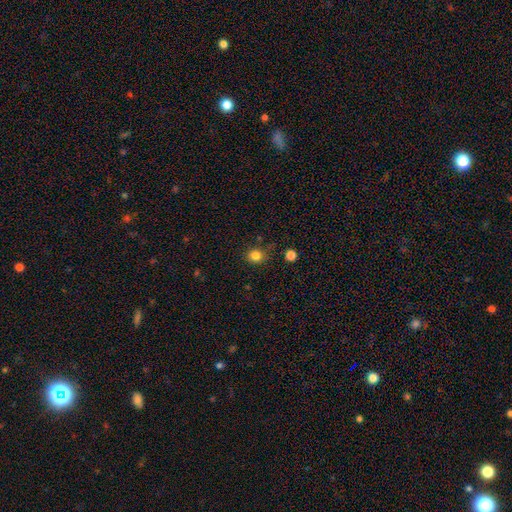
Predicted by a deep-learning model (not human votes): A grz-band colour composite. It shows a smooth galaxy with no disk features (82%) that is round (85%). Merging: none (81%).